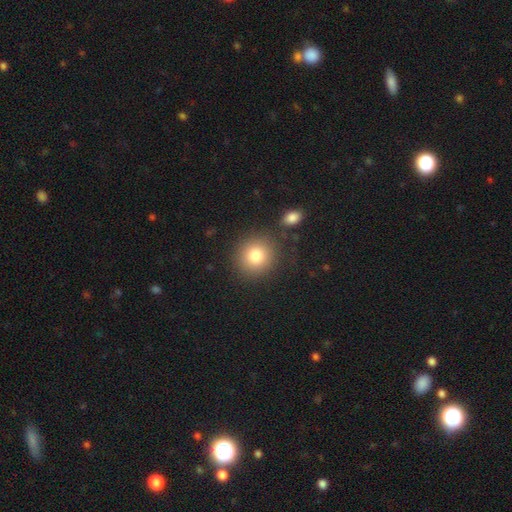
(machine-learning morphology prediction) type=smooth (81%); roundness=round (89%); merging=none (83%).